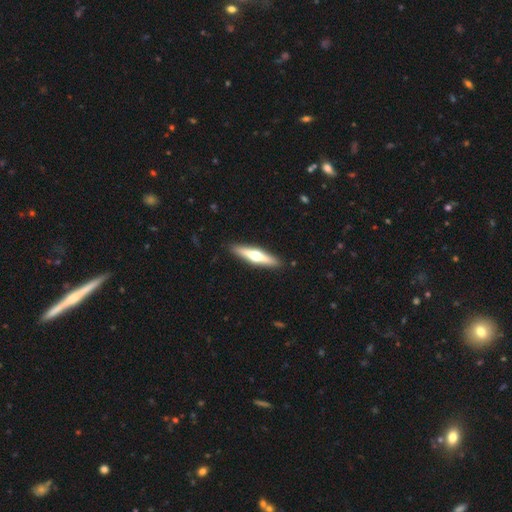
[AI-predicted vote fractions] A featured or disk galaxy (61%) viewed edge-on (95%) with a rounded central bulge (95%).

Vote fractions:
- Smooth or featured? featured or disk: 61% / smooth: 34% / star or artifact: 5%
- Edge-on disk? yes: 95% / no: 5%
- Edge-on bulge? rounded: 95% / none: 3% / boxy: 2%
- Merging? none: 91% / minor disturbance: 7% / major disturbance: 1% / merger: 1%